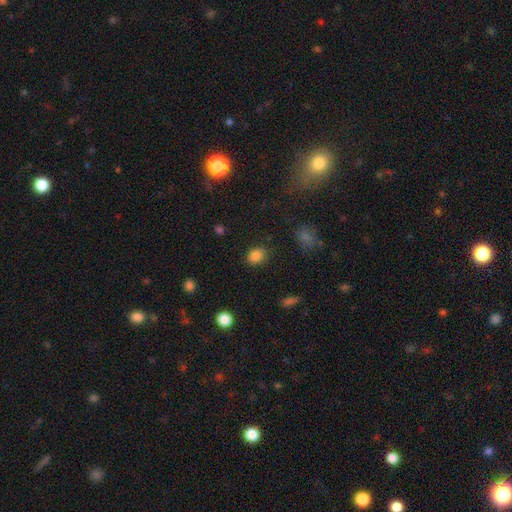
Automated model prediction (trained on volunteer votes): smooth 84%, star or artifact 11%, featured or disk 4%. Down the decision tree: how rounded — in between (52%); merging — none (84%).